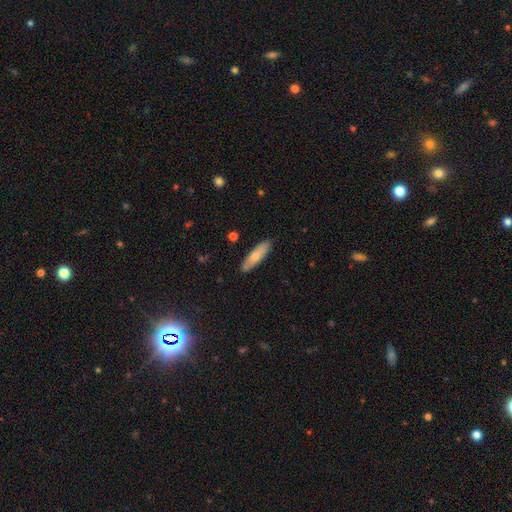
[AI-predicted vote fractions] Smooth or featured? smooth (68%)
How rounded? cigar-shaped (65%)
Merging? none (88%)